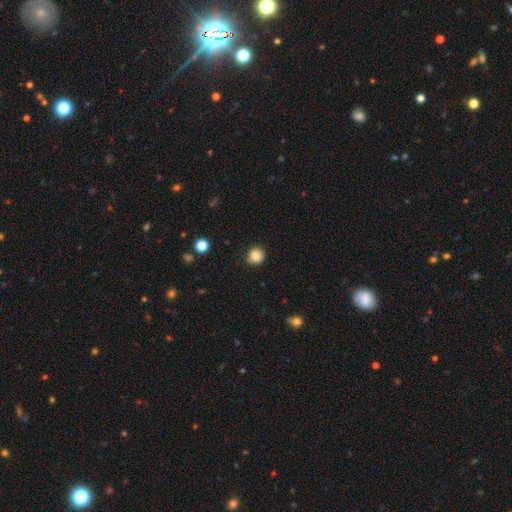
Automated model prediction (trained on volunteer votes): smooth-or-featured: smooth: 86% | star or artifact: 11% | featured or disk: 3%
  how-rounded: round: 93% | in between: 6% | cigar-shaped: 1%
  merging: none: 86% | minor disturbance: 10% | major disturbance: 2% | merger: 1%